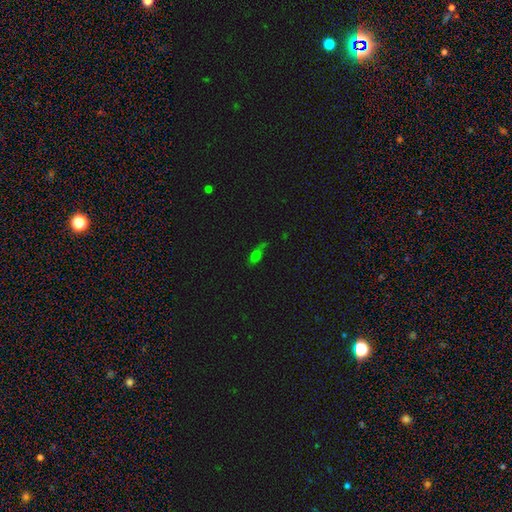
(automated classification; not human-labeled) Overall: smooth (62%). How rounded: in between (68%). Merging: none (49%; minor disturbance 28%).